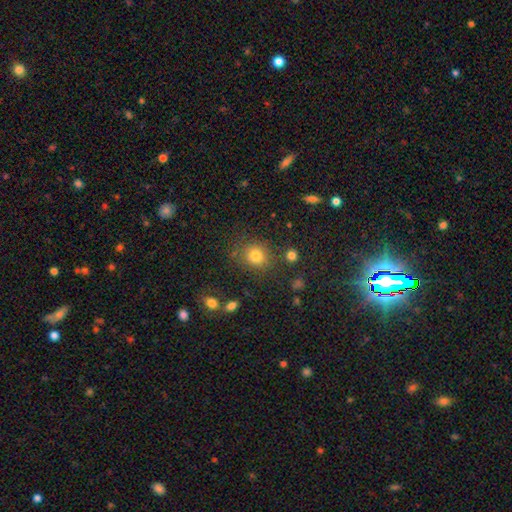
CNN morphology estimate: Smooth or featured? smooth (79%)
How rounded? round (81%)
Merging? none (80%)